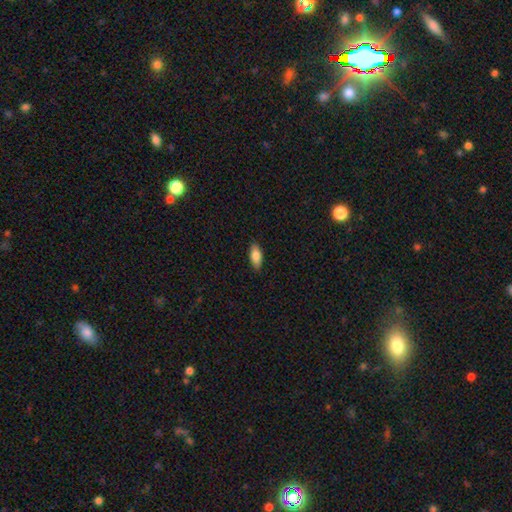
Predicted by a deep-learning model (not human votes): This appears to be a smooth galaxy with no disk features (83%) that is in between round and cigar-shaped (83%). Merging: none (88%).